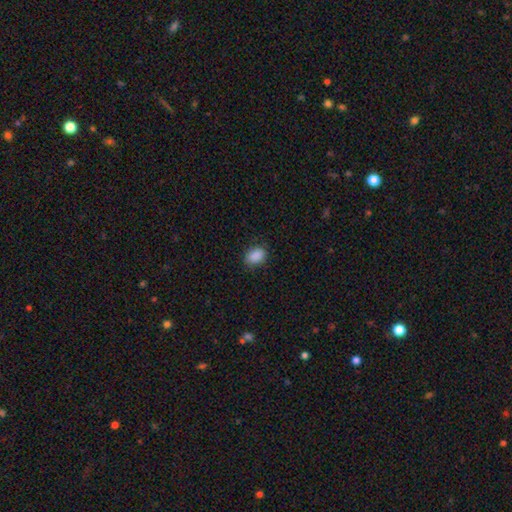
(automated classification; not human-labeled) This is clearly a smooth galaxy (89%). How rounded: clearly in between (80%). Merging: clearly none (83%).